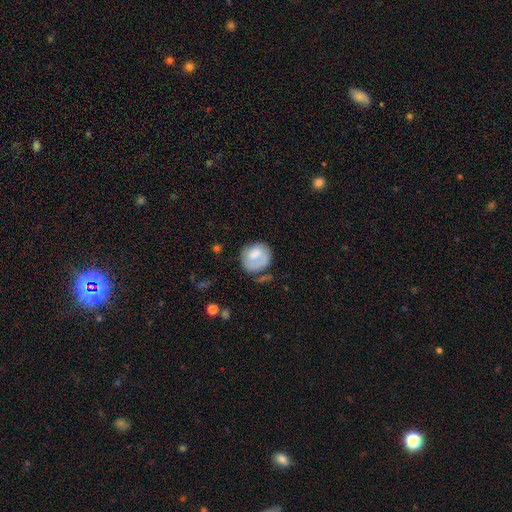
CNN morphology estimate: smooth-or-featured: smooth: 63% | featured or disk: 30% | star or artifact: 7%
  how-rounded: round: 75% | in between: 24% | cigar-shaped: 1%
  merging: none: 56% | minor disturbance: 25% | major disturbance: 15% | merger: 4%